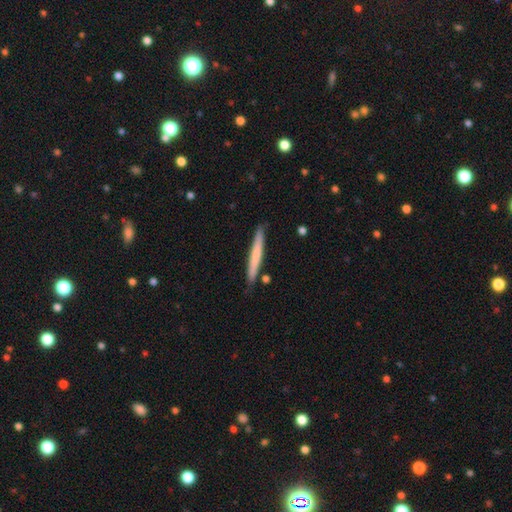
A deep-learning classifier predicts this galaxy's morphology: smooth 62%, featured or disk 33%, star or artifact 5%. Down the decision tree: how rounded — cigar-shaped (97%); merging — none (86%).